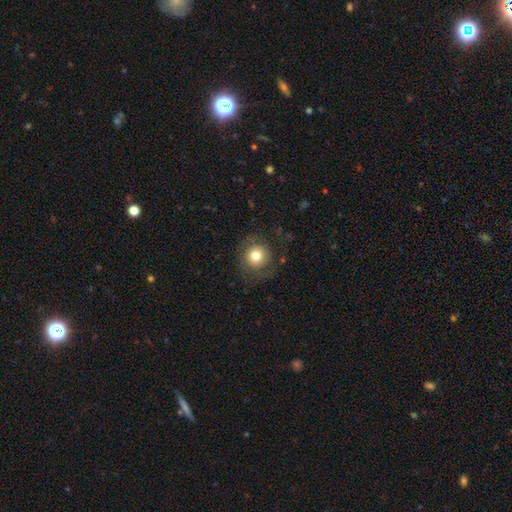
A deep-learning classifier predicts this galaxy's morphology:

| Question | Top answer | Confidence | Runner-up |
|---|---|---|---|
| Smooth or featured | smooth | 72% | featured or disk (18%) |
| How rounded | round | 90% | in between (9%) |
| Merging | none | 73% | minor disturbance (15%) |